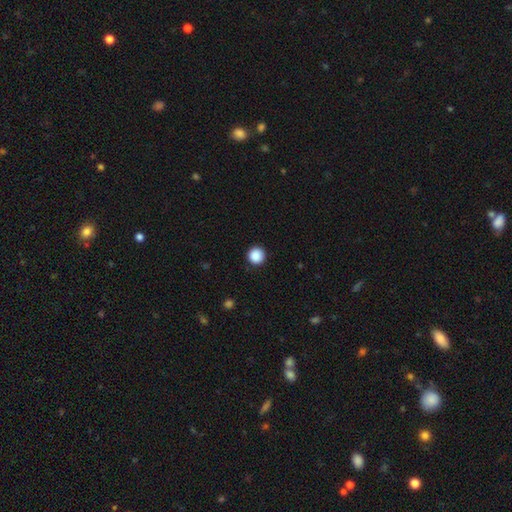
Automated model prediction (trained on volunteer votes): A smooth galaxy with no disk features (89%) that is round (96%). Merging: none (92%).